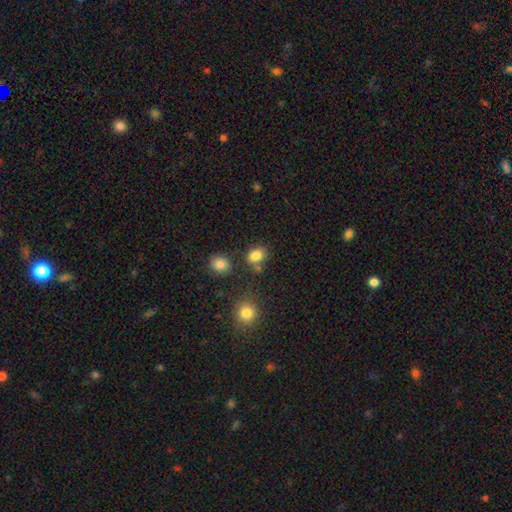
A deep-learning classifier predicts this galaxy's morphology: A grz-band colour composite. It shows a smooth galaxy with no disk features (83%) that is in between round and cigar-shaped (60%). Merging: none (70%).